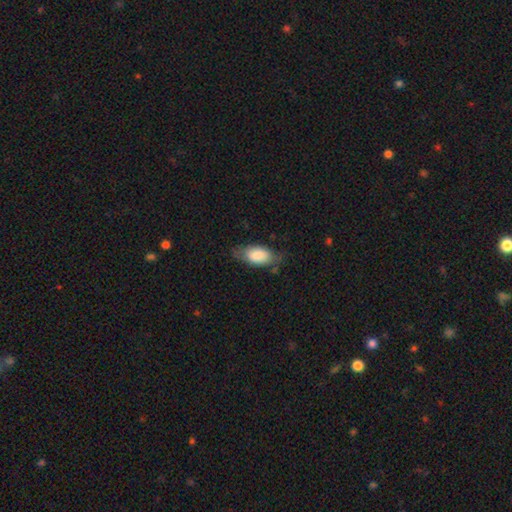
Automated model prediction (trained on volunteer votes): Smooth or featured? smooth (78%)
How rounded? in between (90%)
Merging? none (64%)